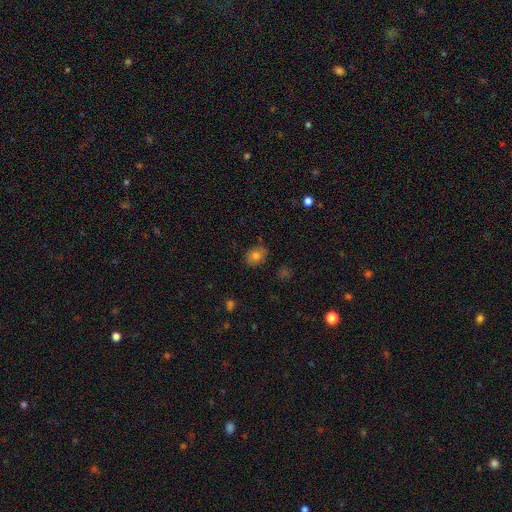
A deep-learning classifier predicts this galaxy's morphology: type=smooth (79%); roundness=in between (59%); merging=none (80%).